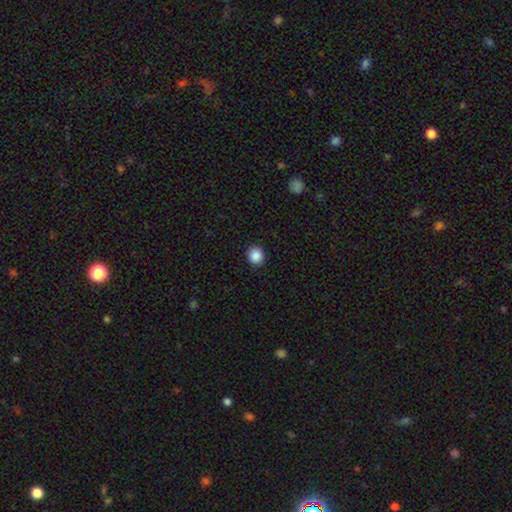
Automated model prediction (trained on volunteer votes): Smooth or featured?
  - smooth: 88% *
  - star or artifact: 9%
  - featured or disk: 2%
How rounded?
  - round: 89% *
  - in between: 10%
  - cigar-shaped: 1%
Merging?
  - none: 92% *
  - minor disturbance: 5%
  - major disturbance: 2%
  - merger: 1%